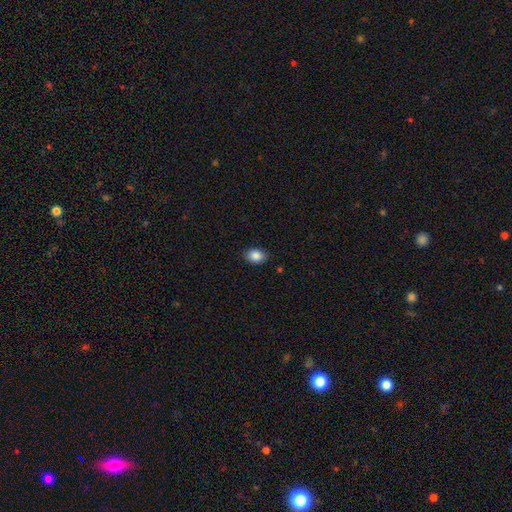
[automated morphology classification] Overall: smooth (87%). How rounded: in between (73%). Merging: none (88%).